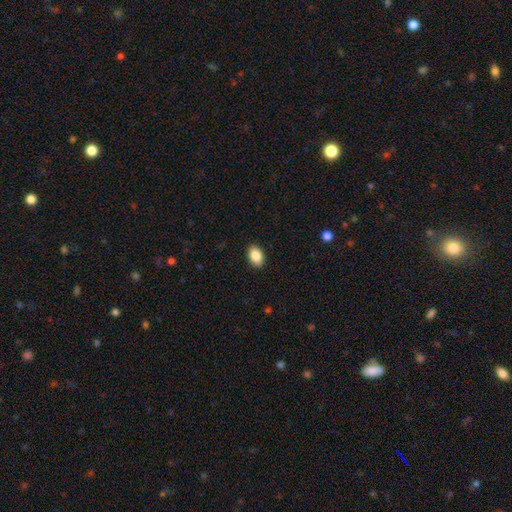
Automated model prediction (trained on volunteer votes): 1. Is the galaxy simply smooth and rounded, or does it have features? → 87% smooth, 7% star or artifact, 6% featured or disk.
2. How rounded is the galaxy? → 88% in between, 11% round, 1% cigar-shaped.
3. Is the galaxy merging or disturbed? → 90% none, 8% minor disturbance, 2% major disturbance, 1% merger.